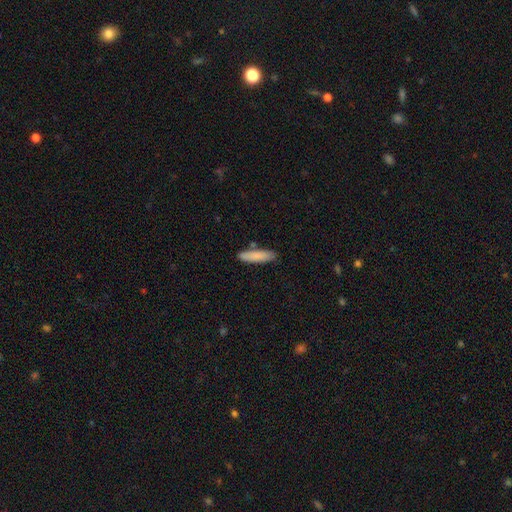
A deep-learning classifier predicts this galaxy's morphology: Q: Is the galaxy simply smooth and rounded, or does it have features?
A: smooth — 85%.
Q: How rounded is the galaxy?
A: cigar-shaped — 72%.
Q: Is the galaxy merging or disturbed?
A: none — 82%.